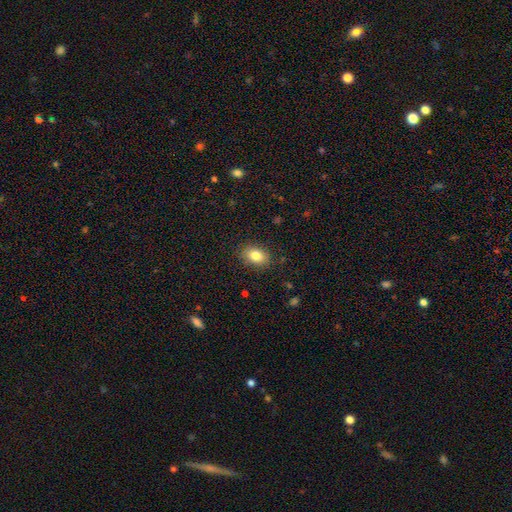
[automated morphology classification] A smooth galaxy with no disk features (83%) that is in between round and cigar-shaped (79%). Merging: none (86%).